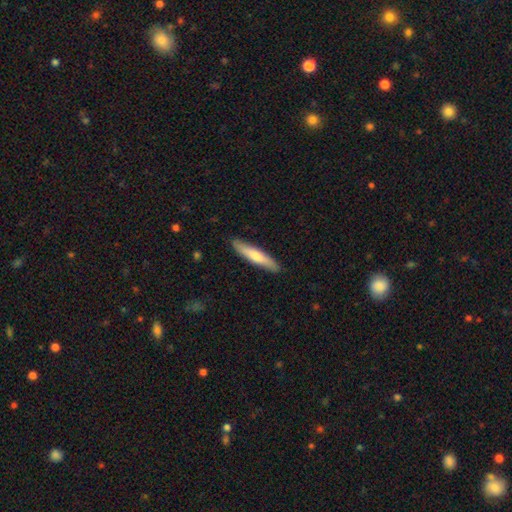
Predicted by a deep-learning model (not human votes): Smooth or featured? Predicted: smooth (p=0.62). How rounded? Predicted: cigar-shaped (p=0.90). Merging? Predicted: none (p=0.90).